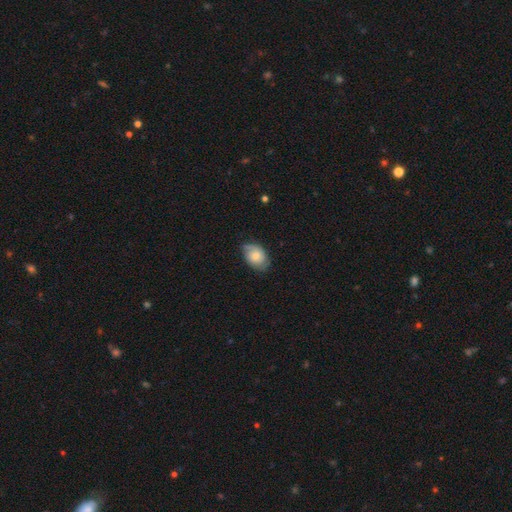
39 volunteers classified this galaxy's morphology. type=smooth (54%); roundness=in between (76%); merging=none (66%).